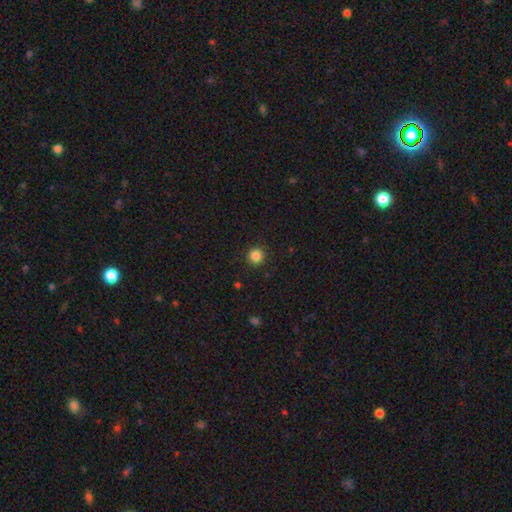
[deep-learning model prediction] Q: Smooth or featured?
A: smooth (85%); runner-up: star or artifact (12%)
Q: How rounded?
A: round (95%); runner-up: in between (4%)
Q: Merging?
A: none (92%); runner-up: minor disturbance (5%)